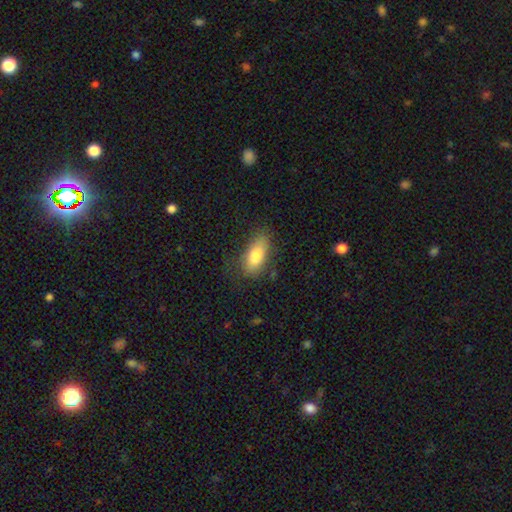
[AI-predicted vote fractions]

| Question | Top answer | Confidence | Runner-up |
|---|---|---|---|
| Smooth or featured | smooth | 80% | featured or disk (13%) |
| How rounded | in between | 84% | cigar-shaped (14%) |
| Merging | none | 69% | minor disturbance (21%) |